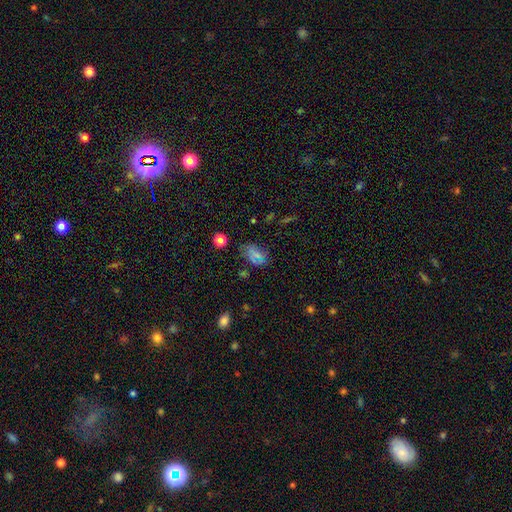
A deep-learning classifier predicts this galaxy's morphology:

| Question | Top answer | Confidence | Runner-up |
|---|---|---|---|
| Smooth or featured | smooth | 57% | star or artifact (29%) |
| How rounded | in between | 82% | round (15%) |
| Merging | none | 59% | minor disturbance (23%) |